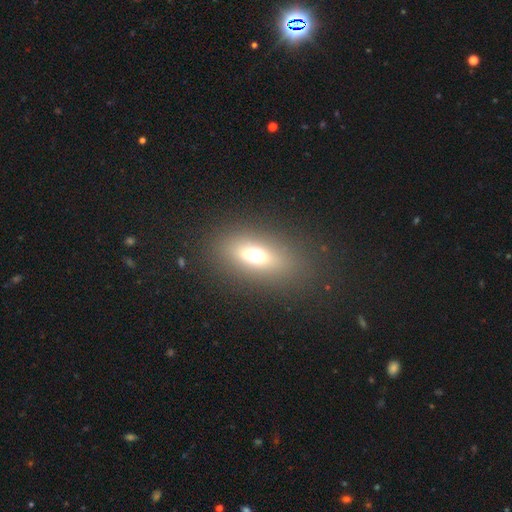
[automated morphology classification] A smooth galaxy with no disk features (62%) that is in between round and cigar-shaped (75%).

Vote fractions:
- Smooth or featured? smooth: 62% / featured or disk: 22% / star or artifact: 16%
- How rounded? in between: 75% / round: 14% / cigar-shaped: 10%
- Merging? none: 82% / minor disturbance: 9% / major disturbance: 6% / merger: 2%